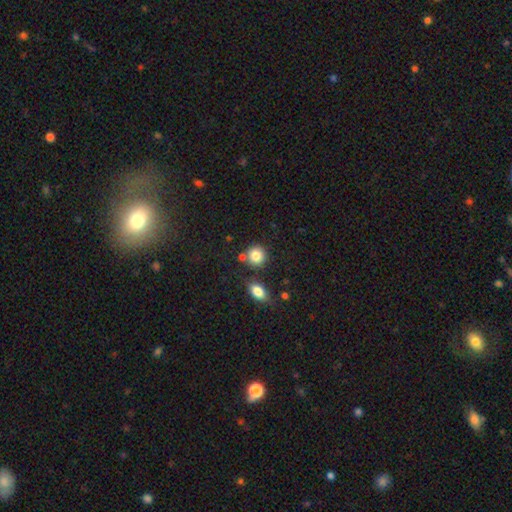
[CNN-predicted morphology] smooth-or-featured: smooth: 85% | star or artifact: 9% | featured or disk: 6%
  how-rounded: round: 85% | in between: 13% | cigar-shaped: 1%
  merging: none: 73% | merger: 13% | minor disturbance: 10% | major disturbance: 3%